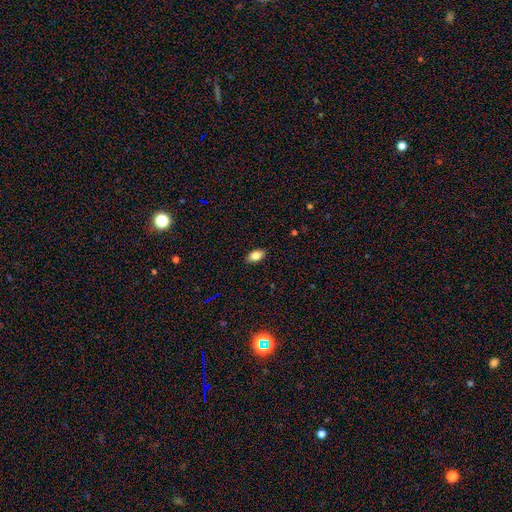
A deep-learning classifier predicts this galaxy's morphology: A smooth galaxy with no disk features (82%) that is in between round and cigar-shaped (90%).

Vote fractions:
- Smooth or featured? smooth: 82% / star or artifact: 9% / featured or disk: 9%
- How rounded? in between: 90% / round: 7% / cigar-shaped: 3%
- Merging? none: 88% / minor disturbance: 9% / major disturbance: 2% / merger: 1%